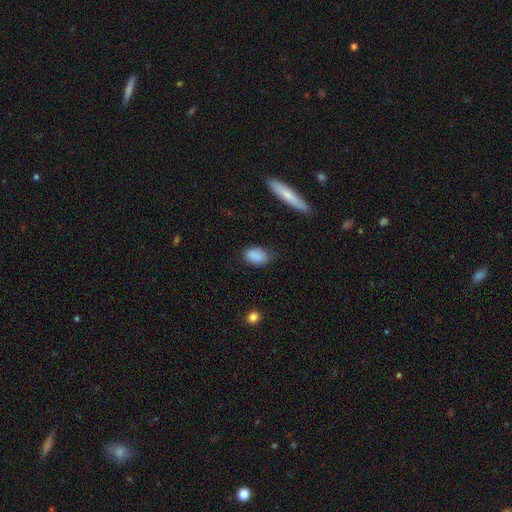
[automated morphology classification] This is clearly a smooth galaxy (87%). How rounded: clearly in between (88%). Merging: likely none (72%).